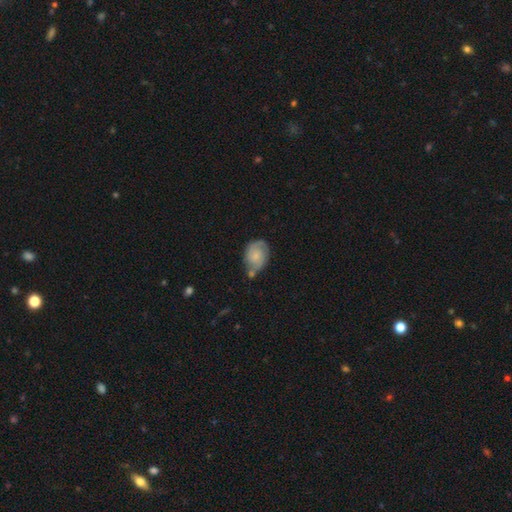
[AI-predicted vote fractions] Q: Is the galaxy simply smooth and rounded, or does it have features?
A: featured or disk — 56%.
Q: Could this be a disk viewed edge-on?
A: no — 97%.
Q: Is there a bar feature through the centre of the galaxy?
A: no — 71%.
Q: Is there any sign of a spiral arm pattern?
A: yes — 88%.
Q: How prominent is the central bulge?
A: small — 55%.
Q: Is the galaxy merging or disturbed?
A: none — 49%.